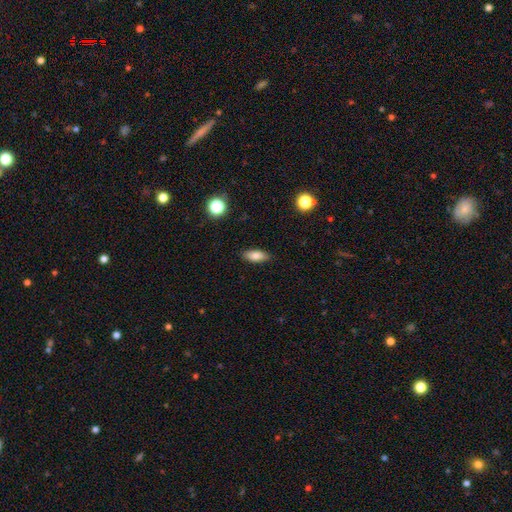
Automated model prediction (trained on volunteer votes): Smooth or featured: smooth — 80% (featured or disk — 11%)
How rounded: in between — 79% (cigar-shaped — 18%)
Merging: none — 88% (minor disturbance — 9%)